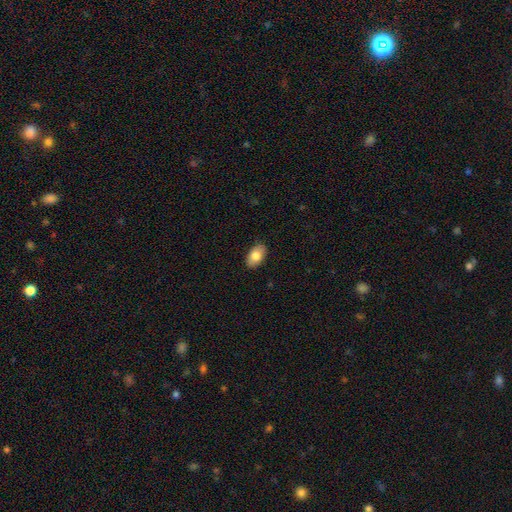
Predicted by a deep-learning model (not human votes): Smooth or featured?
  - smooth: 81% *
  - featured or disk: 12%
  - star or artifact: 7%
How rounded?
  - in between: 93% *
  - round: 6%
  - cigar-shaped: 1%
Merging?
  - none: 88% *
  - minor disturbance: 9%
  - major disturbance: 2%
  - merger: 1%